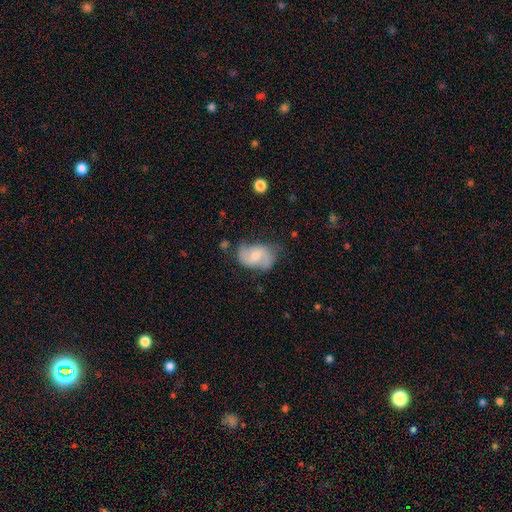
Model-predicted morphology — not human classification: A featured or disk galaxy (52%) with no bar (51%), spiral arms (81%) and a moderate central bulge (53%). Merging: none (57%).